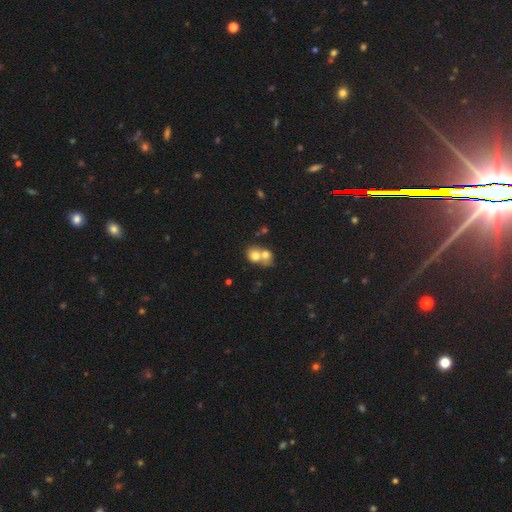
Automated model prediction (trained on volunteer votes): The model was most divided on "how rounded": round: 66%, in between: 33%, cigar-shaped: 1%. More confident: smooth or featured — smooth (72%); merging — merger (69%).